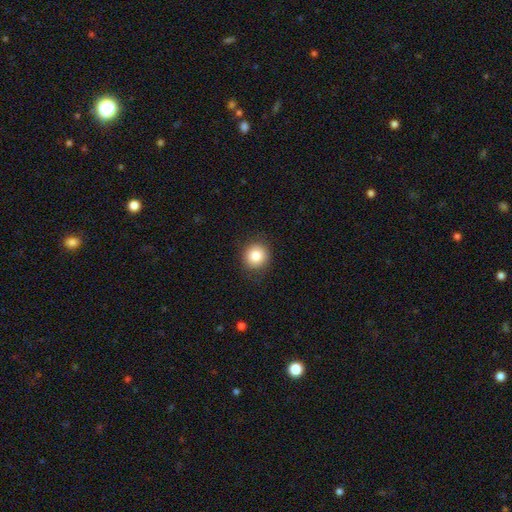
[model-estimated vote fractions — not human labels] smooth-or-featured: smooth: 83% | star or artifact: 10% | featured or disk: 7%
  how-rounded: round: 92% | in between: 7% | cigar-shaped: 1%
  merging: none: 89% | minor disturbance: 8% | major disturbance: 2% | merger: 1%